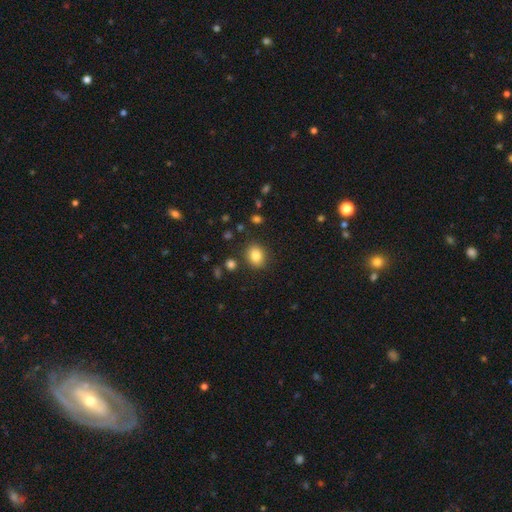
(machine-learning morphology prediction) A smooth galaxy with no disk features (83%) that is round (57%).

Vote fractions:
- Smooth or featured? smooth: 83% / star or artifact: 10% / featured or disk: 7%
- How rounded? round: 57% / in between: 42% / cigar-shaped: 1%
- Merging? none: 86% / minor disturbance: 9% / major disturbance: 3% / merger: 3%